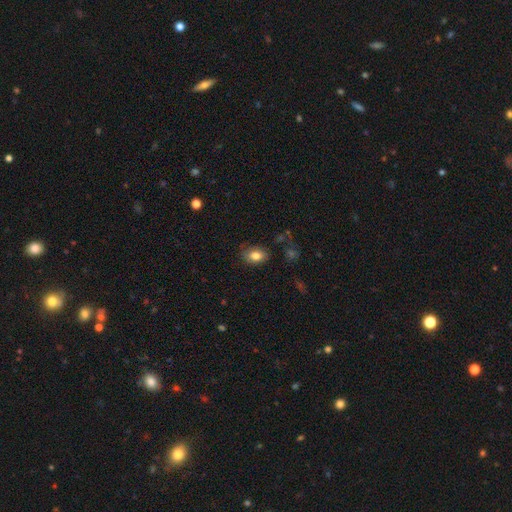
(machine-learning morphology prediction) Smooth or featured: smooth — 82% (featured or disk — 9%)
How rounded: in between — 78% (round — 21%)
Merging: none — 80% (minor disturbance — 15%)